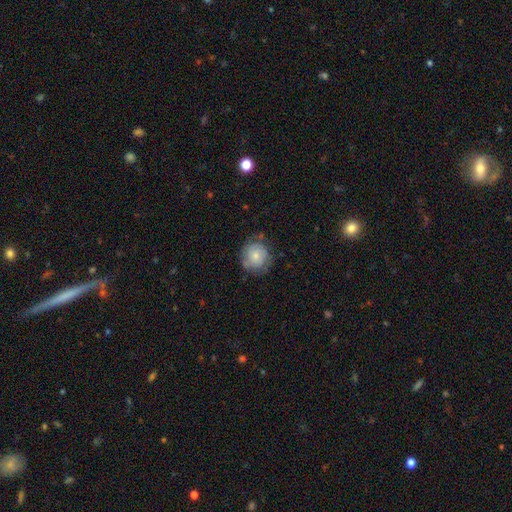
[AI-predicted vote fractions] Overall: smooth (61%; featured or disk 31%). How rounded: round (88%). Merging: none (68%).